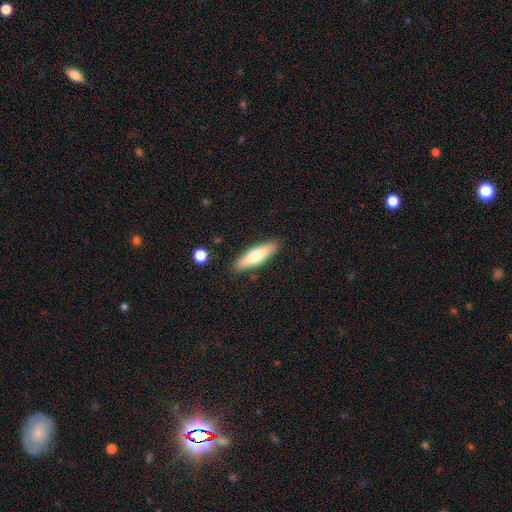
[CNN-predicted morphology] type=smooth (65%); roundness=cigar-shaped (59%); merging=none (88%).